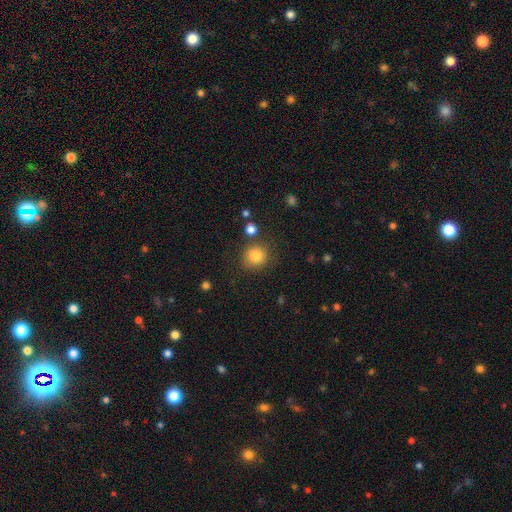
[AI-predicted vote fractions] This is clearly a smooth galaxy (83%). How rounded: clearly round (86%). Merging: clearly none (81%).